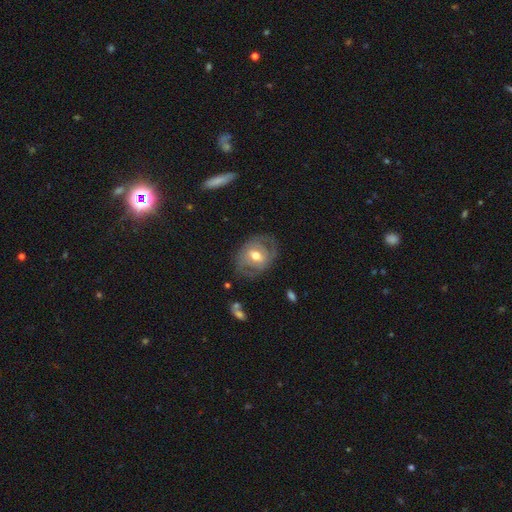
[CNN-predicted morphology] type=featured or disk (66%); edge-on=no (95%); bar=weak (45%); spiral arms=yes (68%); bulge=moderate (75%); merging=none (67%).